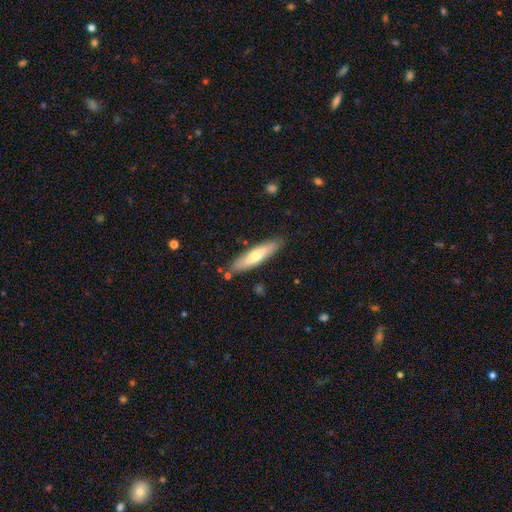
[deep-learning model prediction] Overall: smooth (56%; featured or disk 38%). How rounded: cigar-shaped (77%). Merging: none (85%).